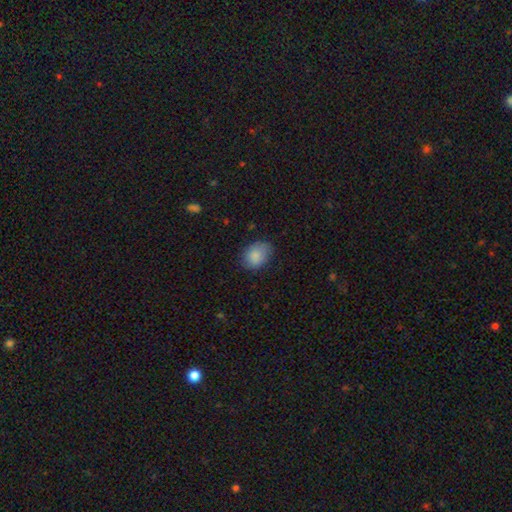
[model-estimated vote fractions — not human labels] A smooth galaxy with no disk features (87%) that is in between round and cigar-shaped (66%).

Vote fractions:
- Smooth or featured? smooth: 87% / star or artifact: 7% / featured or disk: 6%
- How rounded? in between: 66% / round: 33% / cigar-shaped: 1%
- Merging? none: 74% / minor disturbance: 20% / major disturbance: 4% / merger: 1%